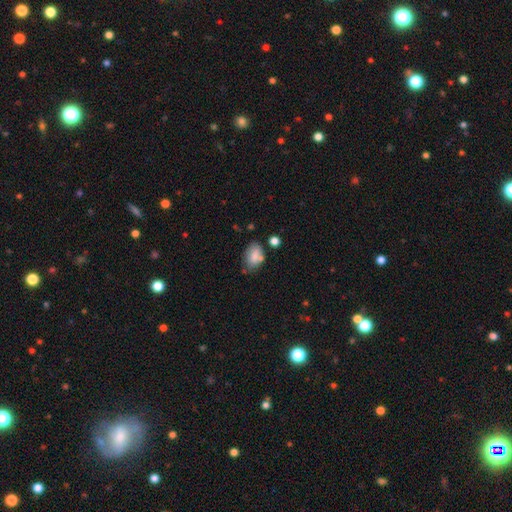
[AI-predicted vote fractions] This appears to be a smooth galaxy with no disk features (79%) that is in between round and cigar-shaped (86%). Merging: none (52%).